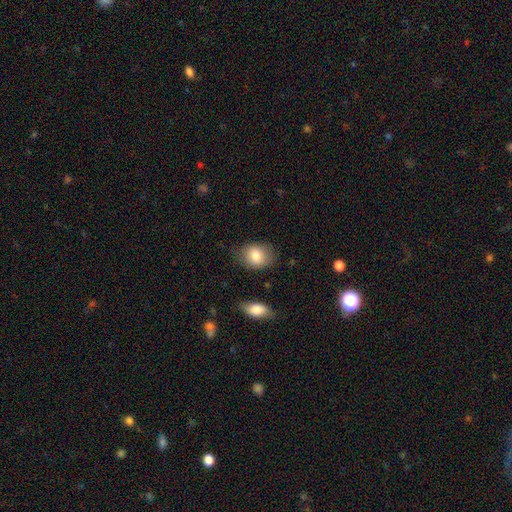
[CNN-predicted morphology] Smooth or featured? smooth (82%)
How rounded? in between (57%)
Merging? none (75%)